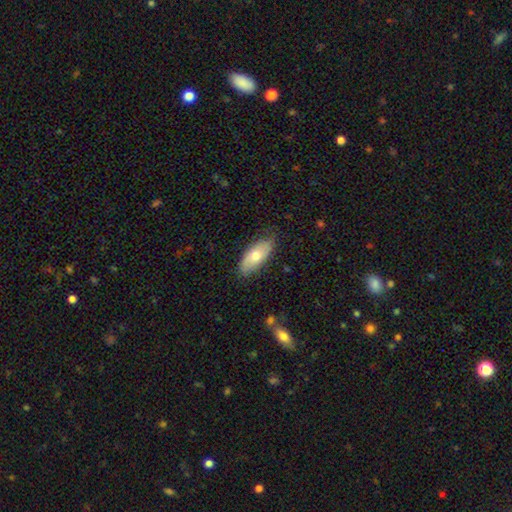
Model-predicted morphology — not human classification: A smooth galaxy with no disk features (66%) that is in between round and cigar-shaped (86%). Merging: none (82%).